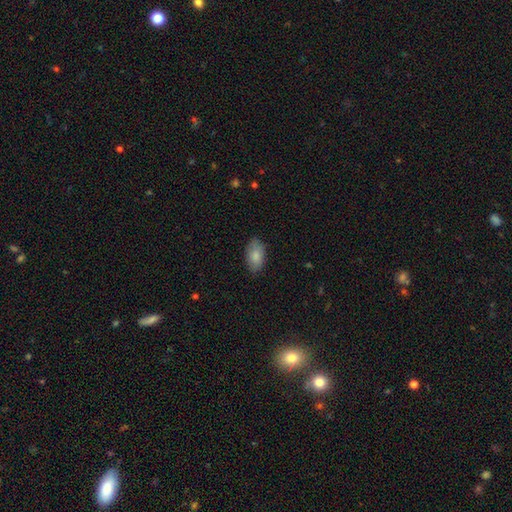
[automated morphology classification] Smooth or featured? Predicted: smooth (p=0.84). How rounded? Predicted: in between (p=0.93). Merging? Predicted: none (p=0.82).